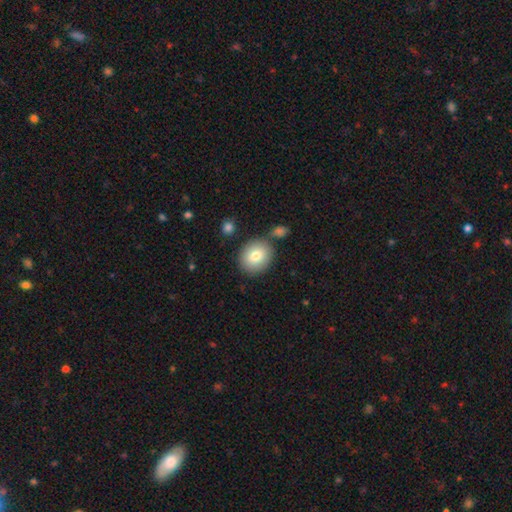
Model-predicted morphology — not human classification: Overall: smooth (80%). How rounded: round (68%; in between 31%). Merging: none (76%).